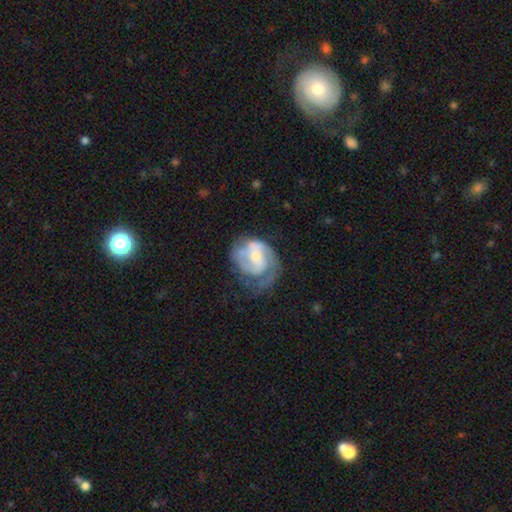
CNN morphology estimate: Overall: featured or disk (79%). Edge-on disk: no (98%). Bar: weak (44%; no 39%). Spiral arms: yes (90%). Spiral arm count: 2 (61%). Spiral winding: medium (45%; tight 38%). Bulge size: small (49%; moderate 44%). Merging: none (46%; minor disturbance 27%).